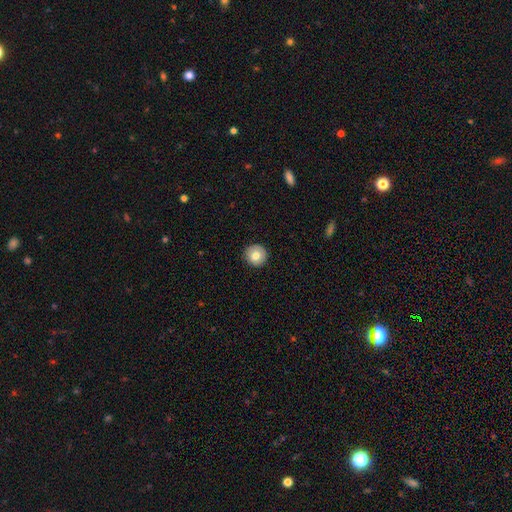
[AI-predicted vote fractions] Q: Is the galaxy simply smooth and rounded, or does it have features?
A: smooth — 75%.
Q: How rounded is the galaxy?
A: round — 95%.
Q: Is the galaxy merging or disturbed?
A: none — 91%.